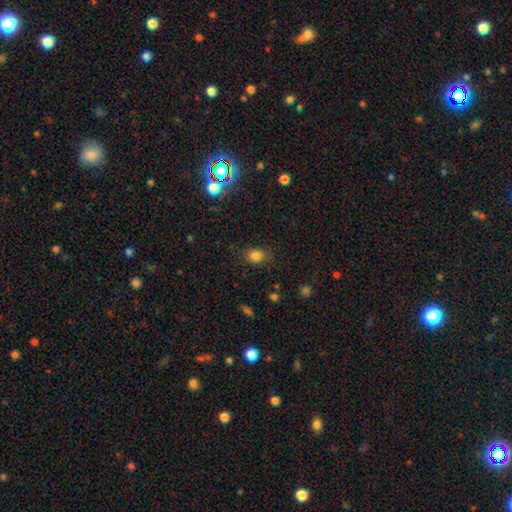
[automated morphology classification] Overall: smooth (82%). How rounded: in between (56%; round 43%). Merging: none (81%).